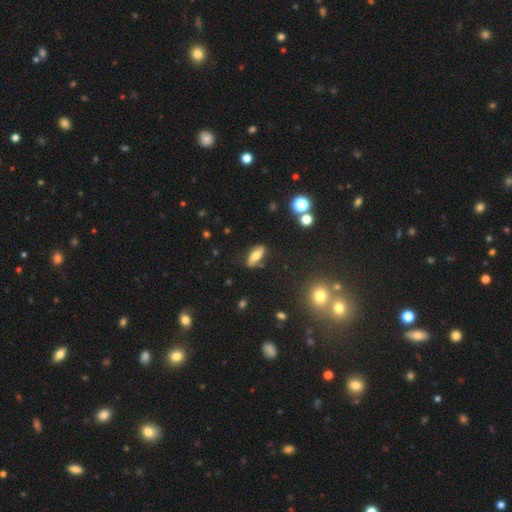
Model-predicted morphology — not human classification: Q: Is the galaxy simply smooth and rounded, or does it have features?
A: smooth — 55%.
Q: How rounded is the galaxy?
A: in between — 65%.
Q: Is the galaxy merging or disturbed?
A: none — 79%.